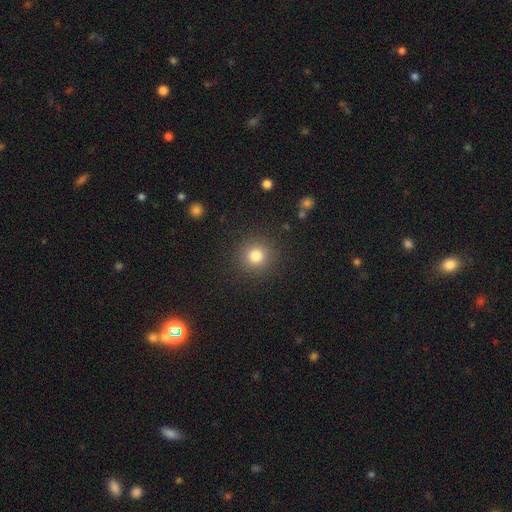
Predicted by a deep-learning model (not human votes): Smooth or featured: smooth — 81% (star or artifact — 13%)
How rounded: round — 93% (in between — 6%)
Merging: none — 89% (minor disturbance — 6%)